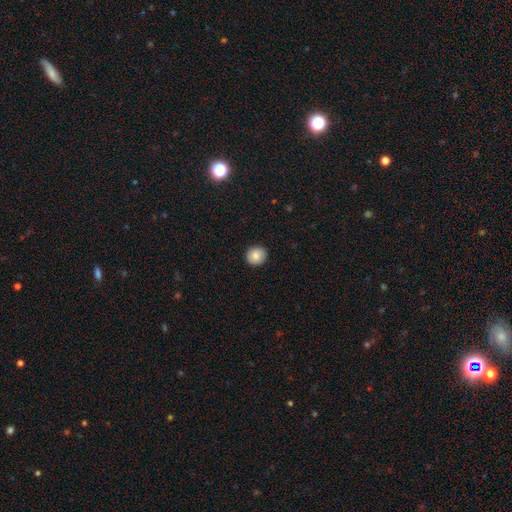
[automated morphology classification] Q: Smooth or featured?
A: smooth (86%); runner-up: star or artifact (8%)
Q: How rounded?
A: round (88%); runner-up: in between (11%)
Q: Merging?
A: none (91%); runner-up: minor disturbance (7%)